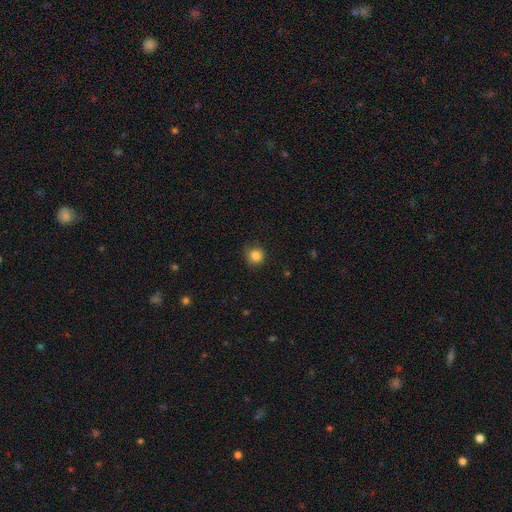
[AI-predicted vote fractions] Smooth or featured?
  - smooth: 85% *
  - star or artifact: 11%
  - featured or disk: 4%
How rounded?
  - round: 92% *
  - in between: 7%
  - cigar-shaped: 1%
Merging?
  - none: 82% *
  - minor disturbance: 14%
  - major disturbance: 3%
  - merger: 1%